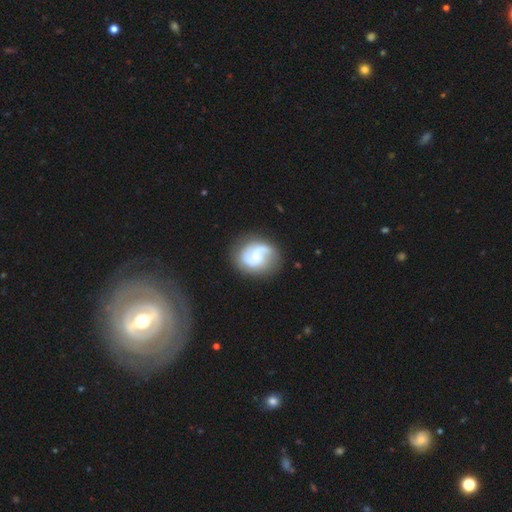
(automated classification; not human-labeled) Smooth or featured? featured or disk (78%)
Edge-on disk? no (98%)
Bar? no (59%)
Spiral arms? yes (95%)
Spiral winding? medium (47%)
Spiral arm count? 2 (74%)
Bulge size? small (53%)
Merging? none (71%)